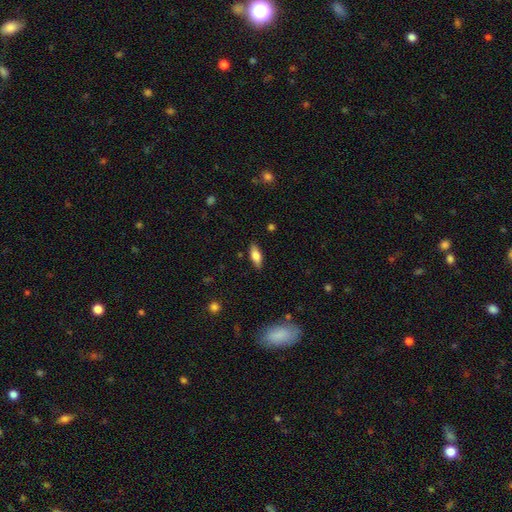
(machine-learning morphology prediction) Smooth or featured: smooth — 75% (featured or disk — 18%)
How rounded: in between — 75% (cigar-shaped — 23%)
Merging: none — 86% (minor disturbance — 11%)